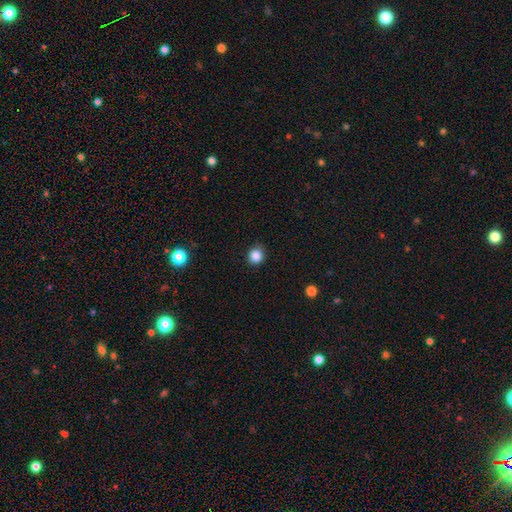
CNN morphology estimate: type=smooth (86%); roundness=round (82%); merging=none (84%).